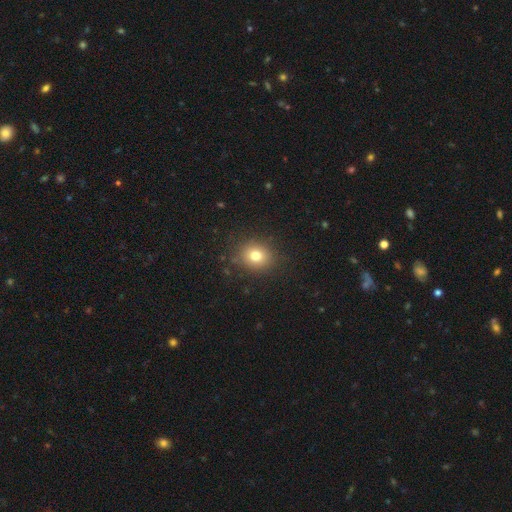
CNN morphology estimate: Smooth or featured?
  - smooth: 78% *
  - star or artifact: 13%
  - featured or disk: 9%
How rounded?
  - round: 69% *
  - in between: 30%
  - cigar-shaped: 1%
Merging?
  - none: 86% *
  - minor disturbance: 10%
  - major disturbance: 3%
  - merger: 1%